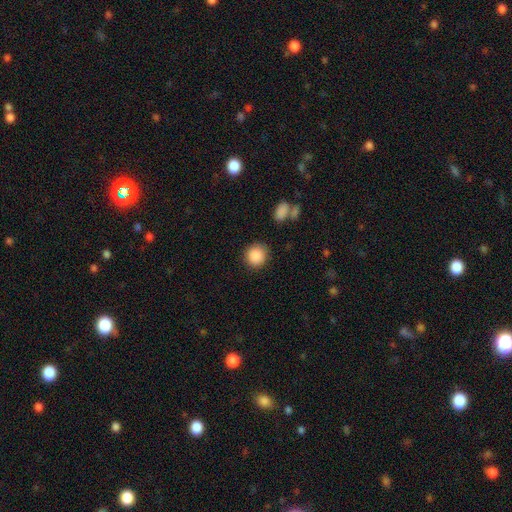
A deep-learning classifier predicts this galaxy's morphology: Smooth or featured: smooth — 88% (star or artifact — 8%)
How rounded: round — 89% (in between — 10%)
Merging: none — 87% (minor disturbance — 8%)